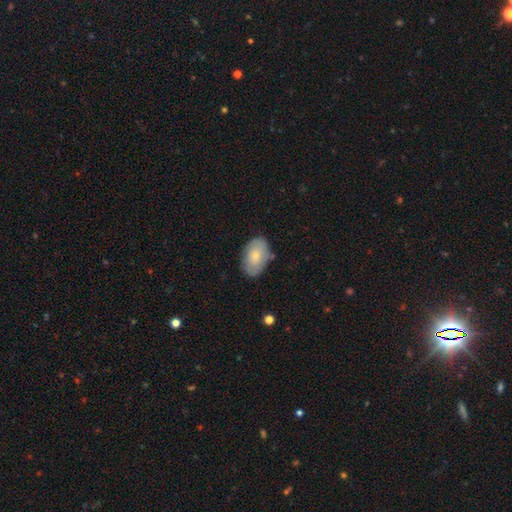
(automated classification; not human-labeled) A smooth galaxy with no disk features (74%) that is in between round and cigar-shaped (91%). Merging: none (78%).